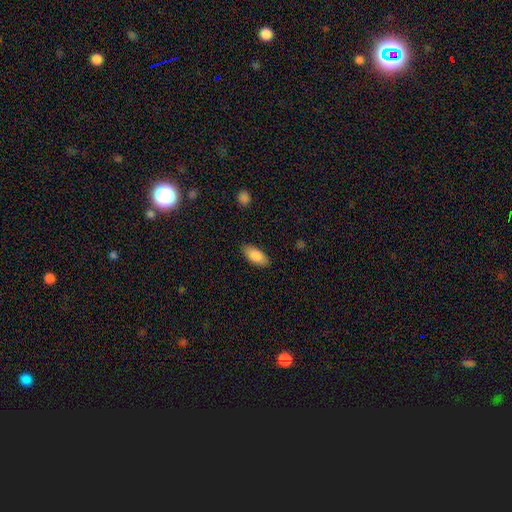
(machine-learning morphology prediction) Q: Smooth or featured?
A: smooth (85%); runner-up: featured or disk (9%)
Q: How rounded?
A: in between (88%); runner-up: cigar-shaped (10%)
Q: Merging?
A: none (86%); runner-up: minor disturbance (11%)